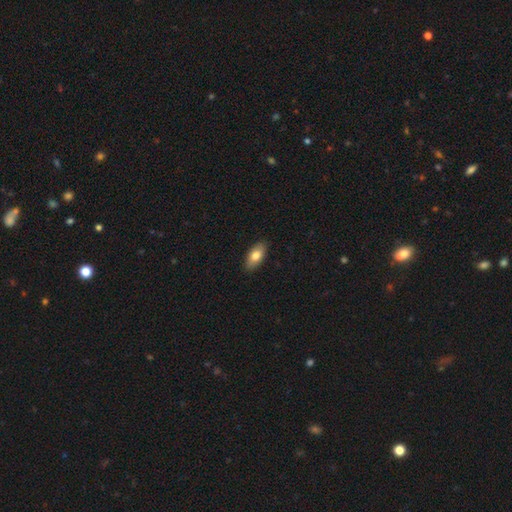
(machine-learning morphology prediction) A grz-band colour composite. It shows a smooth galaxy with no disk features (78%) that is in between round and cigar-shaped (89%). Merging: none (89%).